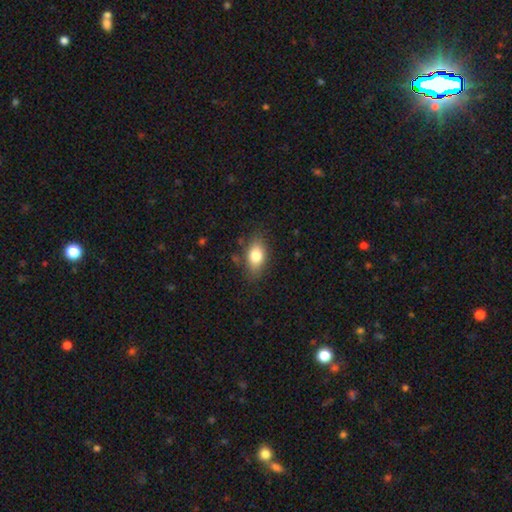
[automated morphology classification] Smooth or featured: smooth — 80% (featured or disk — 12%)
How rounded: in between — 85% (round — 11%)
Merging: none — 79% (minor disturbance — 15%)